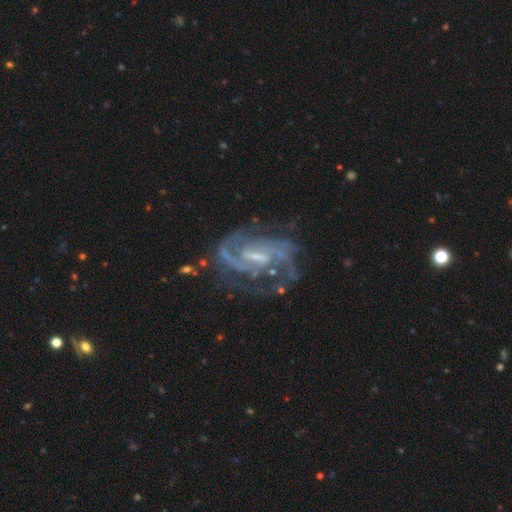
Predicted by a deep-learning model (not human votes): Smooth or featured: featured or disk — 84% (star or artifact — 10%)
Edge-on disk: no — 97% (yes — 3%)
Bar: weak — 53% (strong — 24%)
Spiral arms: yes — 93% (no — 7%)
Spiral winding: medium — 49% (tight — 29%)
Spiral arm count: 2 — 53% (can't tell — 20%)
Bulge size: small — 52% (moderate — 30%)
Merging: none — 63% (minor disturbance — 18%)